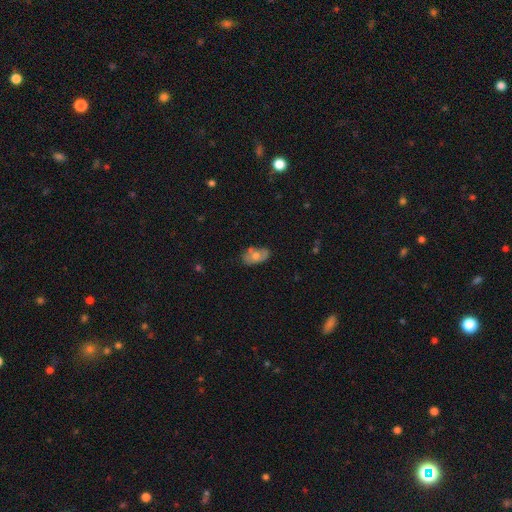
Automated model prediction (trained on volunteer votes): This is possibly a smooth galaxy (59%). How rounded: clearly in between (91%). Merging: likely none (62%).